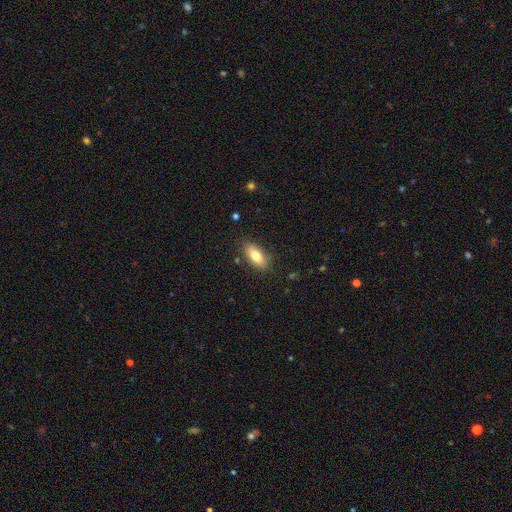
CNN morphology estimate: smooth 79%, featured or disk 14%, star or artifact 7%. Down the decision tree: how rounded — in between (86%); merging — none (83%).